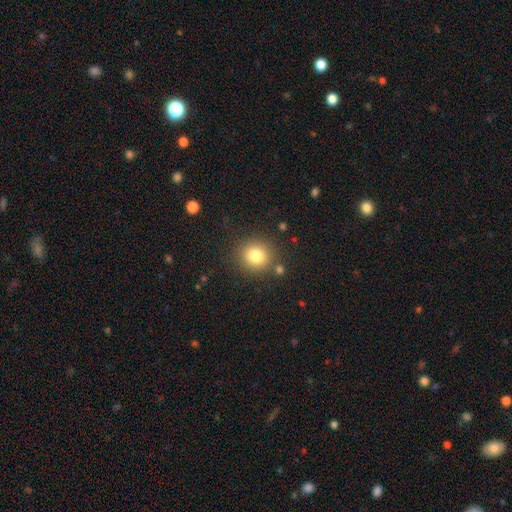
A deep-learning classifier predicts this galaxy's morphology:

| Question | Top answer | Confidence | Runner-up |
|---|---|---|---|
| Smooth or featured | smooth | 81% | star or artifact (11%) |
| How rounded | round | 86% | in between (13%) |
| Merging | none | 83% | minor disturbance (9%) |